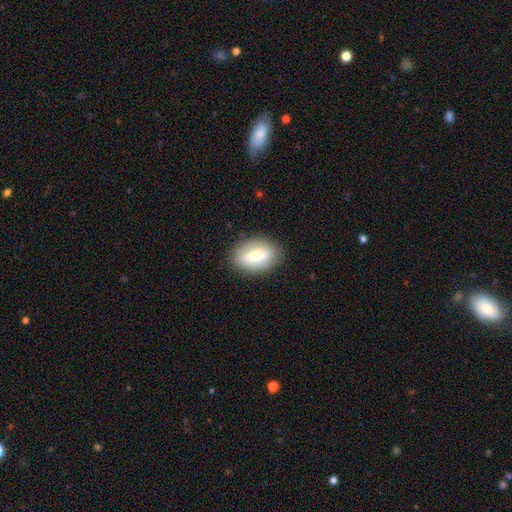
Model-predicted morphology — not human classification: Overall: smooth (57%; featured or disk 35%). How rounded: in between (82%). Merging: none (84%).